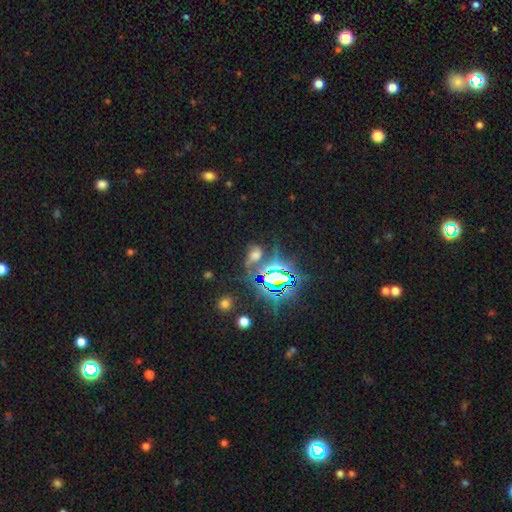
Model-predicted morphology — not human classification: Smooth or featured? star or artifact (52%)